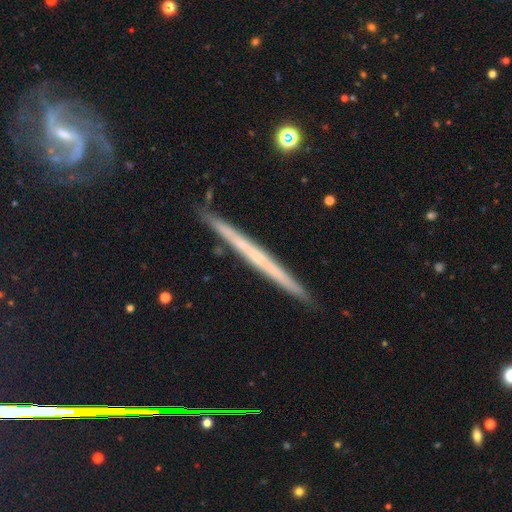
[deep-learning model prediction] A featured or disk galaxy (68%) viewed edge-on (96%) with no central bulge (84%).

Vote fractions:
- Smooth or featured? featured or disk: 68% / smooth: 25% / star or artifact: 7%
- Edge-on disk? yes: 96% / no: 4%
- Edge-on bulge? none: 84% / rounded: 13% / boxy: 4%
- Merging? none: 88% / minor disturbance: 9% / major disturbance: 2% / merger: 1%